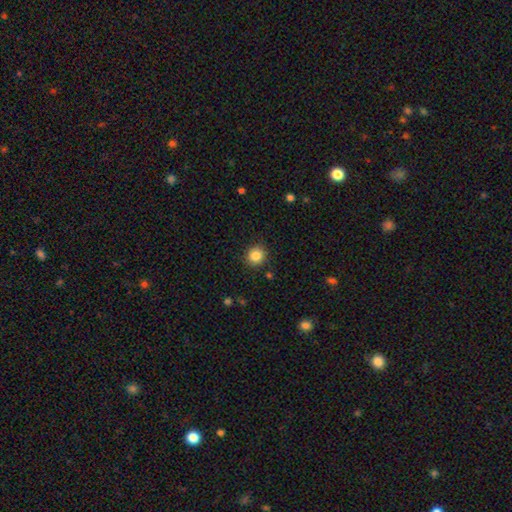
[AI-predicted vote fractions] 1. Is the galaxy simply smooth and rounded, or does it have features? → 85% smooth, 10% star or artifact, 4% featured or disk.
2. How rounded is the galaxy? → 88% round, 11% in between, 1% cigar-shaped.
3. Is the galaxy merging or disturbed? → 88% none, 8% minor disturbance, 2% major disturbance, 1% merger.